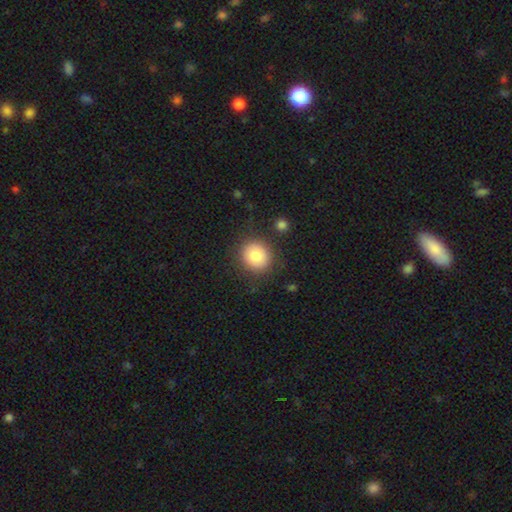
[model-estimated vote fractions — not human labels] smooth 84%, star or artifact 9%, featured or disk 8%. Down the decision tree: how rounded — round (84%); merging — none (85%).